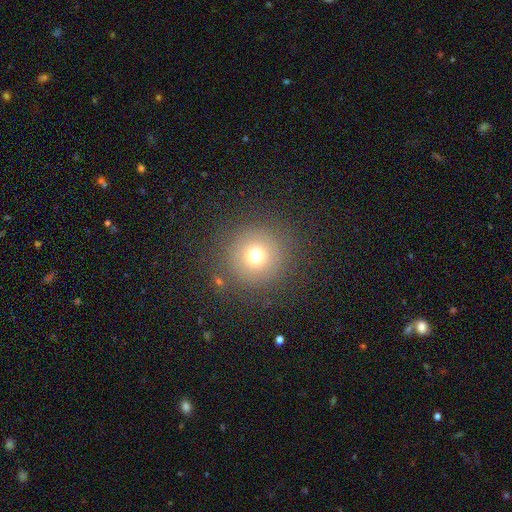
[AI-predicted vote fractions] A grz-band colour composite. It shows a smooth galaxy with no disk features (69%) that is round (96%). Merging: none (85%).